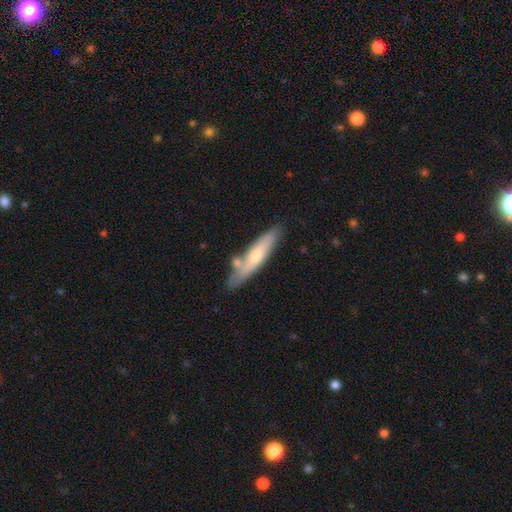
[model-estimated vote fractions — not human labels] A smooth galaxy with no disk features (55%) that is cigar-shaped (80%). Merging: none (71%).